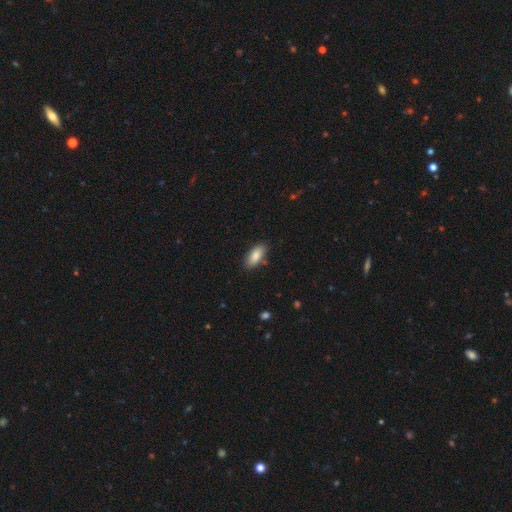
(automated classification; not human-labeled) smooth-or-featured: smooth: 85% | featured or disk: 9% | star or artifact: 7%
  how-rounded: in between: 86% | cigar-shaped: 12% | round: 2%
  merging: none: 83% | minor disturbance: 12% | merger: 2% | major disturbance: 2%